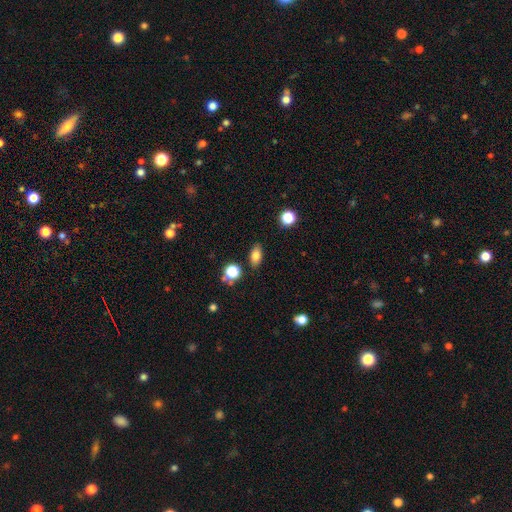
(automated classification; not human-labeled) smooth 78%, featured or disk 11%, star or artifact 11%. Down the decision tree: how rounded — in between (84%); merging — none (85%).